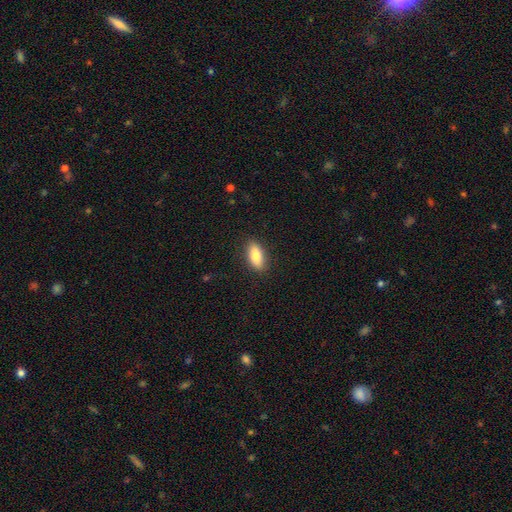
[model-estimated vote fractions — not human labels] Smooth or featured: smooth — 81% (featured or disk — 12%)
How rounded: in between — 82% (cigar-shaped — 15%)
Merging: none — 87% (minor disturbance — 10%)